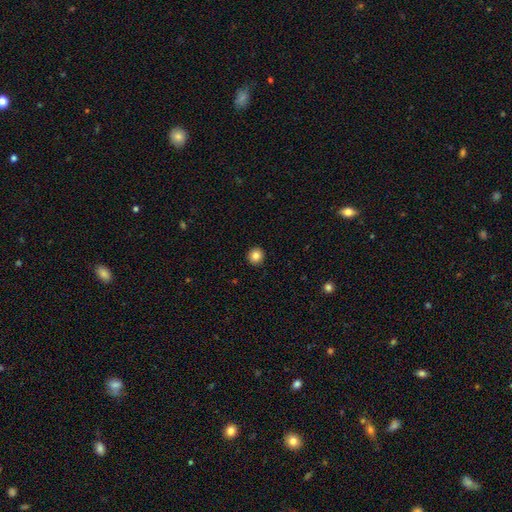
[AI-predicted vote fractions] A smooth galaxy with no disk features (84%) that is round (95%).

Vote fractions:
- Smooth or featured? smooth: 84% / star or artifact: 10% / featured or disk: 6%
- How rounded? round: 95% / in between: 4% / cigar-shaped: 1%
- Merging? none: 93% / minor disturbance: 4% / major disturbance: 1% / merger: 1%